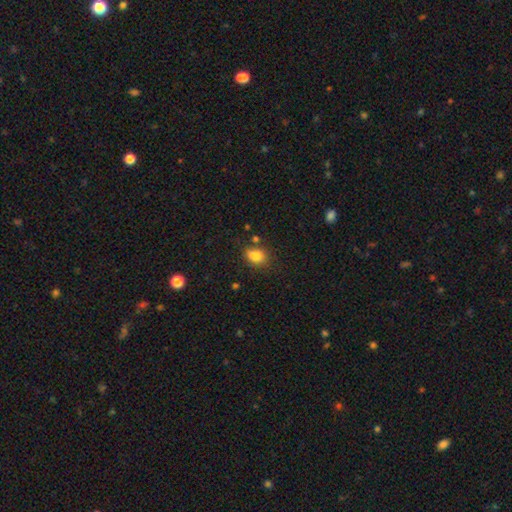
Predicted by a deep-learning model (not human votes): Morphology: type=smooth (83%); roundness=in between (65%); merging=none (69%).